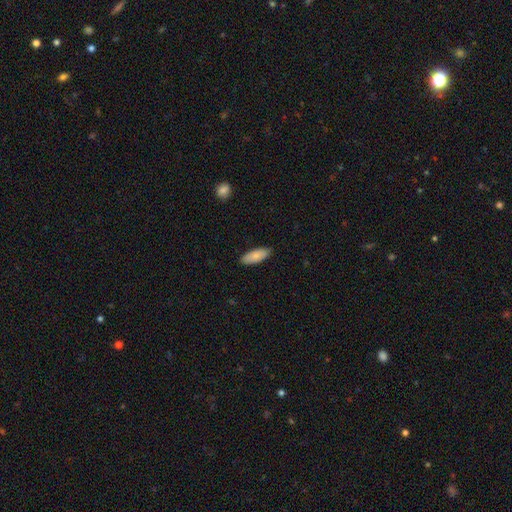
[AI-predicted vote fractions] Smooth or featured? smooth (84%)
How rounded? in between (73%)
Merging? none (88%)